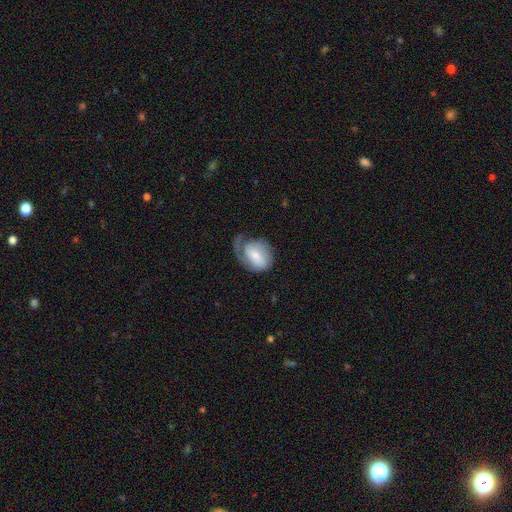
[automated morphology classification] type=featured or disk (54%); edge-on=no (96%); bar=no (45%); spiral arms=yes (79%); bulge=small (49%); merging=major disturbance (37%).